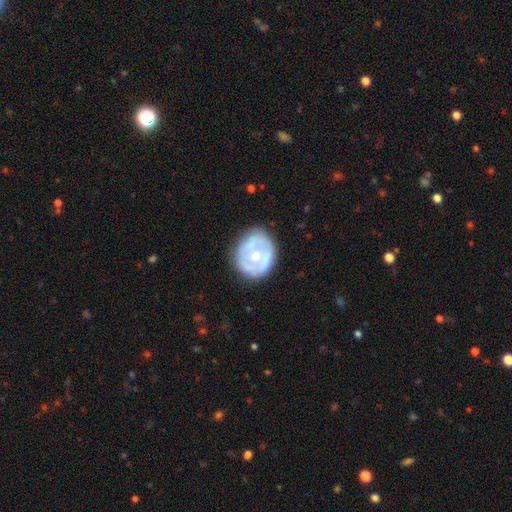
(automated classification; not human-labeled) The model was most divided on "bulge size": moderate: 50%, small: 41%, none: 5%, large: 3%, dominant: 1%. More confident: edge-on disk — no (97%); bar — no (81%); merging — none (71%); spiral arms — no (71%); smooth or featured — featured or disk (57%).